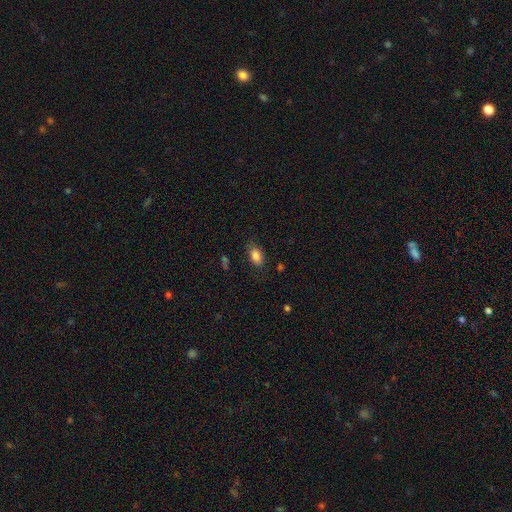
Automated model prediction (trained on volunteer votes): Smooth or featured? smooth (84%)
How rounded? in between (87%)
Merging? none (77%)